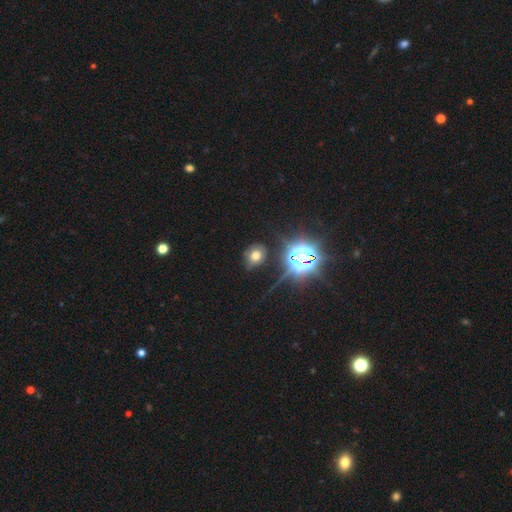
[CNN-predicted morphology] smooth_or_featured: smooth (p=0.59) [alt: star or artifact p=0.28]
how_rounded: round (p=0.59) [alt: in between p=0.40]
merging: none (p=0.76) [alt: minor disturbance p=0.15]